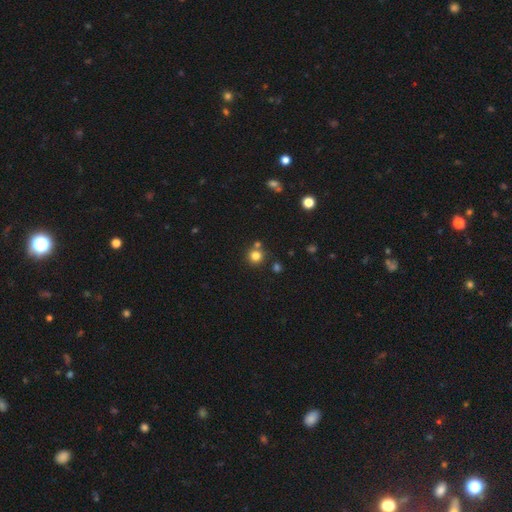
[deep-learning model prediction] This is likely a smooth galaxy (79%). How rounded: clearly round (93%). Merging: likely none (74%).